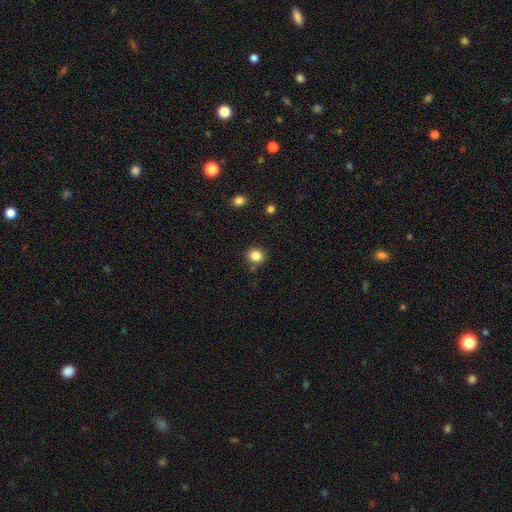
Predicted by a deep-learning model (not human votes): smooth-or-featured: smooth: 83% | star or artifact: 12% | featured or disk: 5%
  how-rounded: round: 86% | in between: 13% | cigar-shaped: 1%
  merging: none: 82% | minor disturbance: 11% | merger: 5% | major disturbance: 3%